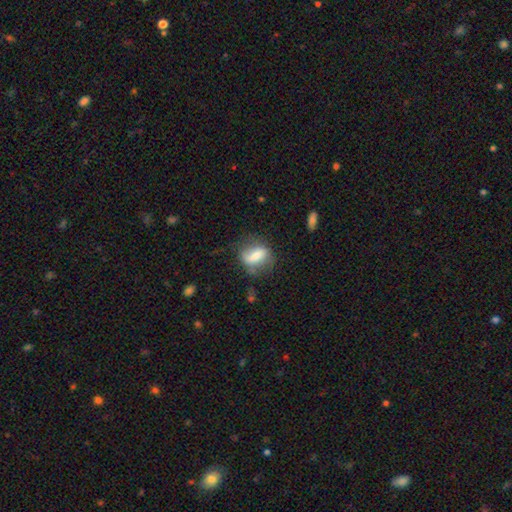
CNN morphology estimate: This is possibly a smooth galaxy (57%). How rounded: likely in between (67%). Merging: possibly none (58%).